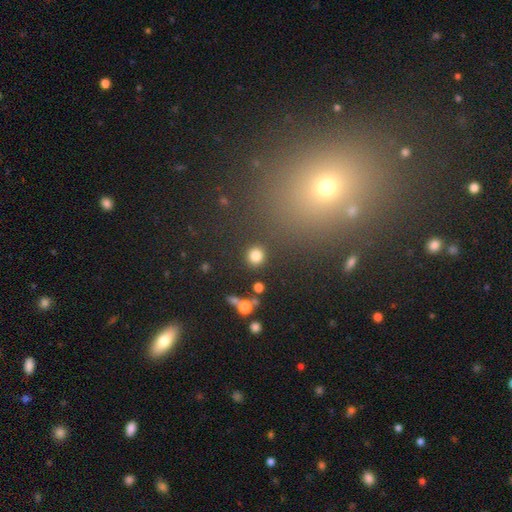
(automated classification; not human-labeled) The model was most divided on "smooth or featured": smooth: 83%, star or artifact: 12%, featured or disk: 5%. More confident: how rounded — round (91%); merging — none (88%).